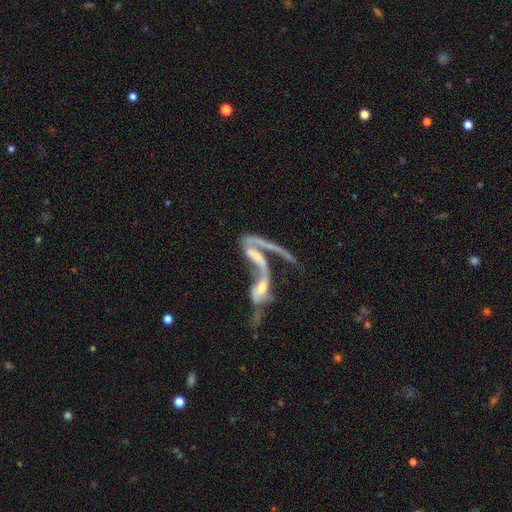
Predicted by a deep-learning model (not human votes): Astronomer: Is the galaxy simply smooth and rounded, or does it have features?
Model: featured or disk — 72%.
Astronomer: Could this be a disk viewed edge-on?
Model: no — 88%.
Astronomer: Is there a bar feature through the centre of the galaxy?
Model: no — 52% (runner-up: weak, 27%).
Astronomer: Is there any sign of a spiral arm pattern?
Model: yes — 61% (runner-up: no, 39%).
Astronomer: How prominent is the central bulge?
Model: moderate — 34% (runner-up: small, 32%).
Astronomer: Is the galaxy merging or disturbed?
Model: merger — 72%.